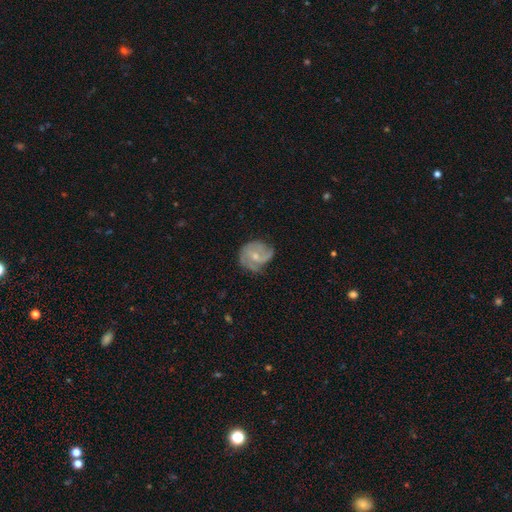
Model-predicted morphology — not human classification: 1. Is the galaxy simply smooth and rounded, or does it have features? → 68% featured or disk, 25% smooth, 6% star or artifact.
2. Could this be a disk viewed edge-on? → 98% no, 2% yes.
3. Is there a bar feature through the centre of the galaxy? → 62% no, 32% weak, 6% strong.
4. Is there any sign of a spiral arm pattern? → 87% yes, 13% no.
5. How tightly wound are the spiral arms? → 42% medium, 38% tight, 20% loose.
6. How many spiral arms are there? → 37% 2, 26% 3, 22% can't tell, 8% 1, 4% 4, 3% more than 4.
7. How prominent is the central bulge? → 49% small, 46% moderate, 3% none, 1% large, 1% dominant.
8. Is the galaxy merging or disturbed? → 53% none, 31% minor disturbance, 15% major disturbance, 2% merger.